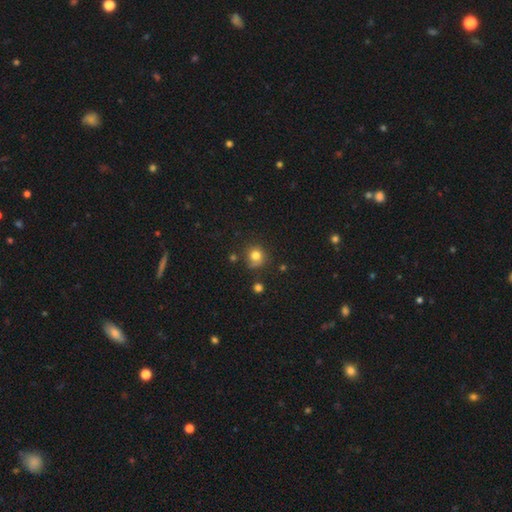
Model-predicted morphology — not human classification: A smooth galaxy with no disk features (79%) that is round (87%). Merging: none (69%).